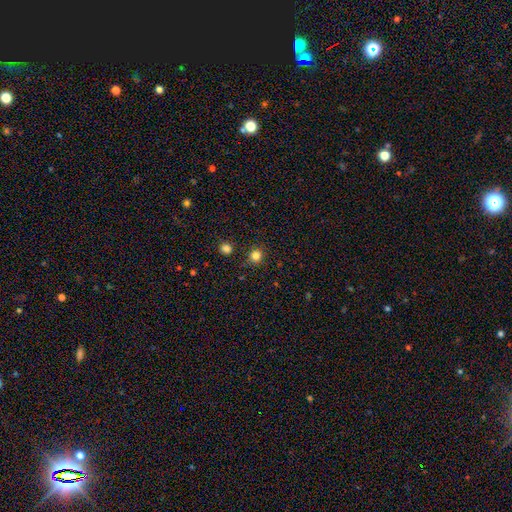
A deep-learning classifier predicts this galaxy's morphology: smooth 82%, star or artifact 14%, featured or disk 4%. Down the decision tree: how rounded — round (91%); merging — none (89%).